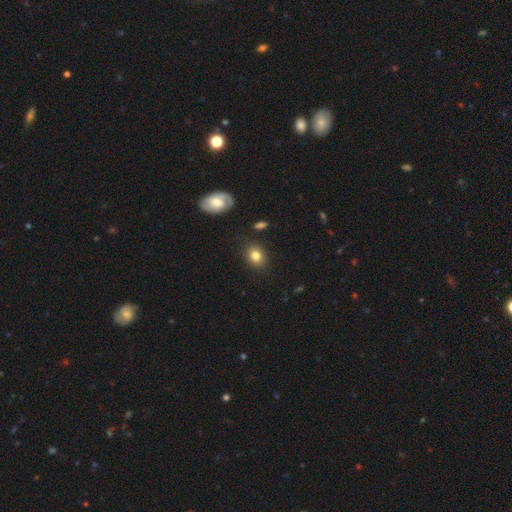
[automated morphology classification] Smooth or featured? Predicted: smooth (p=0.80). How rounded? Predicted: in between (p=0.53). Merging? Predicted: none (p=0.85).